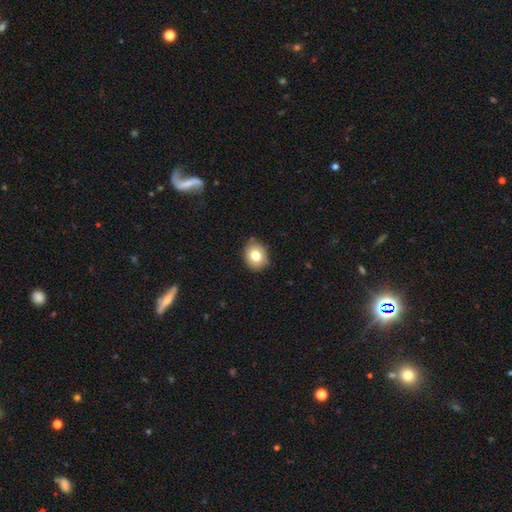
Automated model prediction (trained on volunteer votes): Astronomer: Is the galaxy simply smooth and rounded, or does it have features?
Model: smooth — 78%.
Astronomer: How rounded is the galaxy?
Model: round — 64%.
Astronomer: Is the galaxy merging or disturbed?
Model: none — 84%.